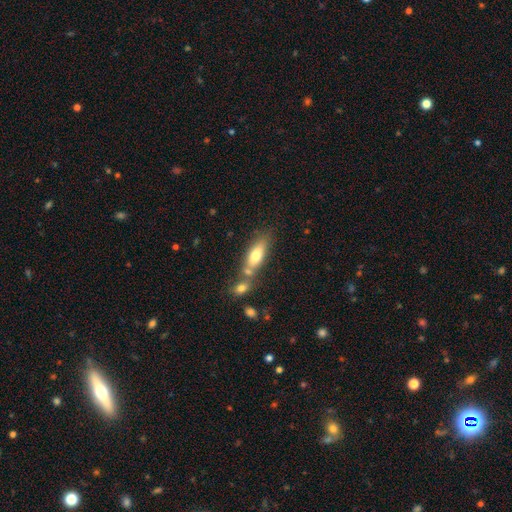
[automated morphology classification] smooth 72%, featured or disk 21%, star or artifact 7%. Down the decision tree: how rounded — in between (65%); merging — none (49%).